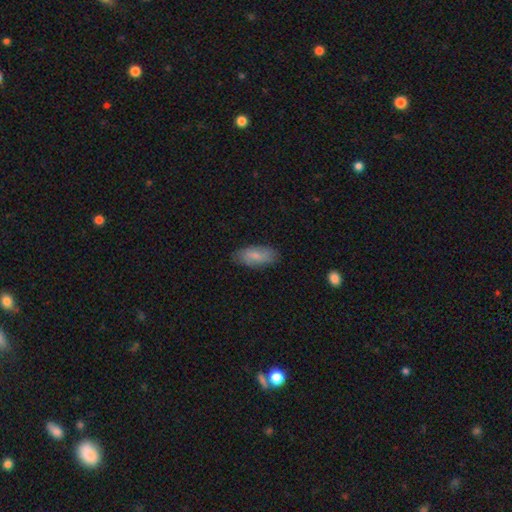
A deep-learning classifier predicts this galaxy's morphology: Smooth or featured: smooth — 74% (featured or disk — 20%)
How rounded: in between — 87% (cigar-shaped — 10%)
Merging: none — 81% (minor disturbance — 15%)